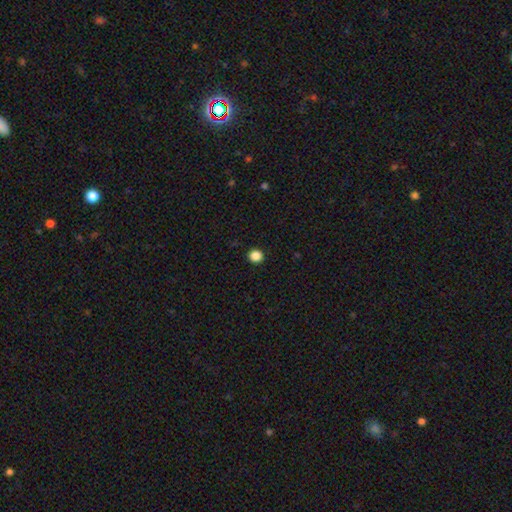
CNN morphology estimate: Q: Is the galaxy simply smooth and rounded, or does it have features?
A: smooth — 86%.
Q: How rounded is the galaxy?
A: round — 91%.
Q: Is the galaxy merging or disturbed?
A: none — 93%.